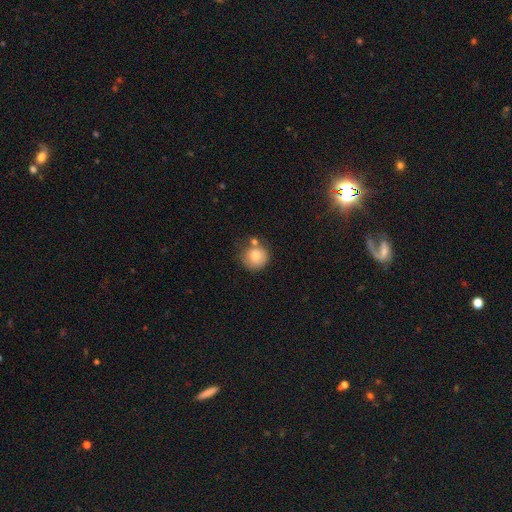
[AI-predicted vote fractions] This is likely a smooth galaxy (79%). How rounded: clearly round (91%). Merging: possibly none (59%).